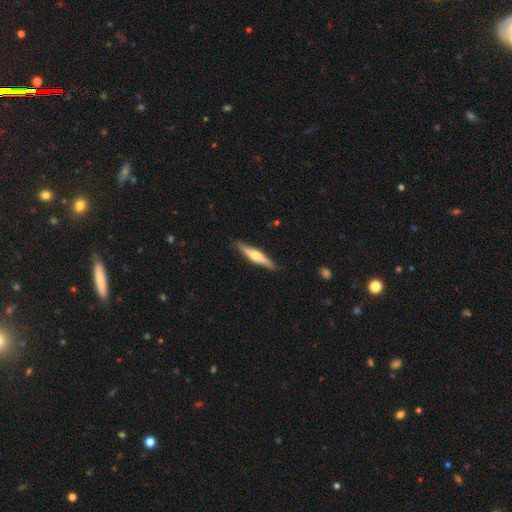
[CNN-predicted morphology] A featured or disk galaxy (63%) viewed edge-on (96%) with a rounded central bulge (92%). Merging: none (89%).